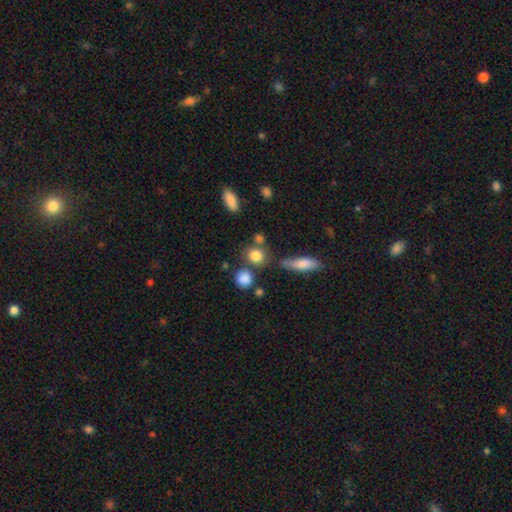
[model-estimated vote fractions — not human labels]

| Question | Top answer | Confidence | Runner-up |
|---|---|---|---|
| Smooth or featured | smooth | 82% | star or artifact (10%) |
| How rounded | round | 77% | in between (19%) |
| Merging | none | 66% | merger (17%) |